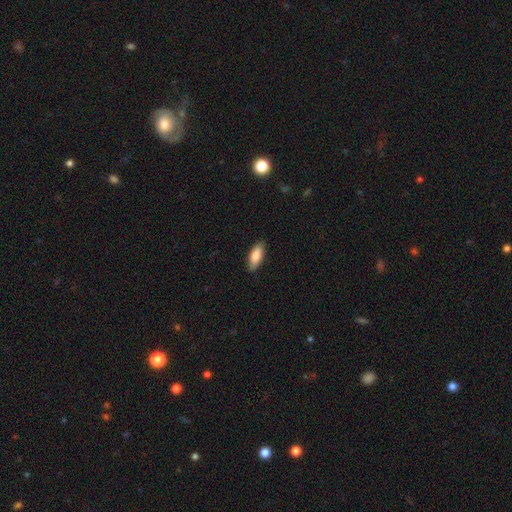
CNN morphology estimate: The model was most divided on "how rounded": in between: 79%, cigar-shaped: 19%, round: 2%. More confident: merging — none (85%); smooth or featured — smooth (84%).